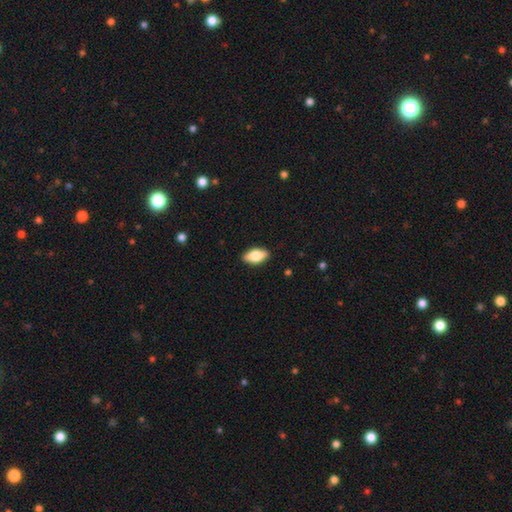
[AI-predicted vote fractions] Smooth or featured? Predicted: smooth (p=0.73). How rounded? Predicted: in between (p=0.88). Merging? Predicted: none (p=0.89).